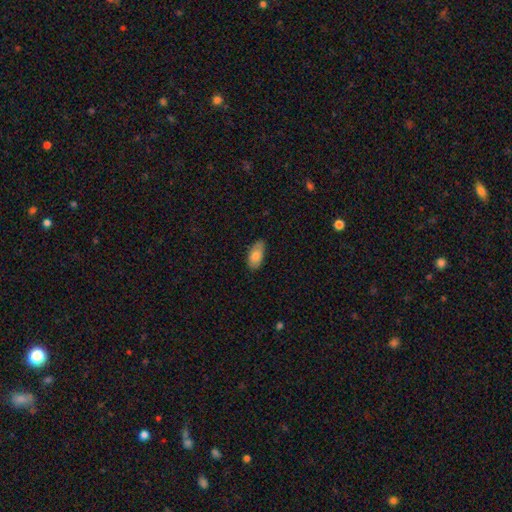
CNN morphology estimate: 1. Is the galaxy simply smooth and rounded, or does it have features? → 78% smooth, 16% featured or disk, 6% star or artifact.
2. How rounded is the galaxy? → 93% in between, 4% cigar-shaped, 3% round.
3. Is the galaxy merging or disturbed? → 79% none, 17% minor disturbance, 3% major disturbance, 1% merger.